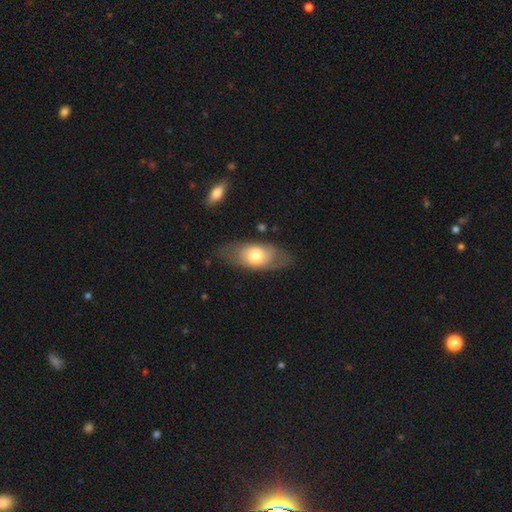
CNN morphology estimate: Q: Smooth or featured?
A: smooth (62%); runner-up: featured or disk (32%)
Q: How rounded?
A: in between (85%); runner-up: cigar-shaped (8%)
Q: Merging?
A: none (72%); runner-up: minor disturbance (19%)